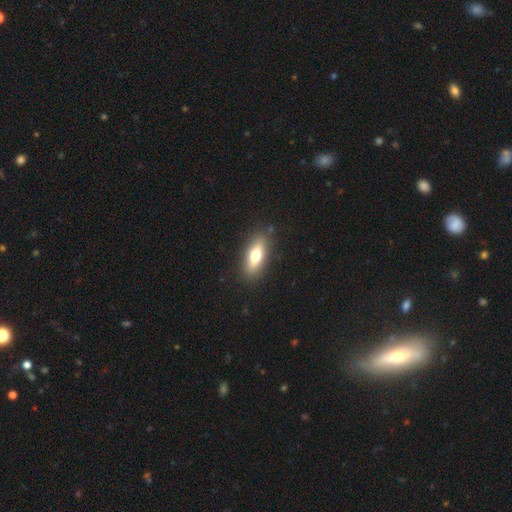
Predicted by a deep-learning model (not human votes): A smooth galaxy with no disk features (62%) that is in between round and cigar-shaped (67%).

Vote fractions:
- Smooth or featured? smooth: 62% / featured or disk: 30% / star or artifact: 7%
- How rounded? in between: 67% / cigar-shaped: 29% / round: 4%
- Merging? none: 86% / minor disturbance: 9% / major disturbance: 3% / merger: 1%